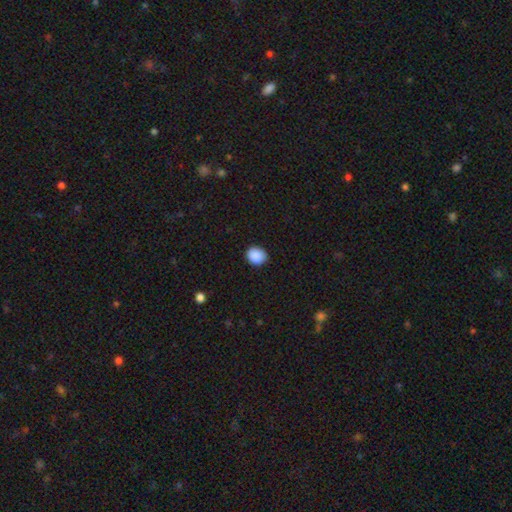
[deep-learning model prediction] Smooth or featured?
  - smooth: 89% *
  - star or artifact: 8%
  - featured or disk: 3%
How rounded?
  - round: 64% *
  - in between: 35%
  - cigar-shaped: 1%
Merging?
  - none: 86% *
  - minor disturbance: 10%
  - major disturbance: 2%
  - merger: 1%